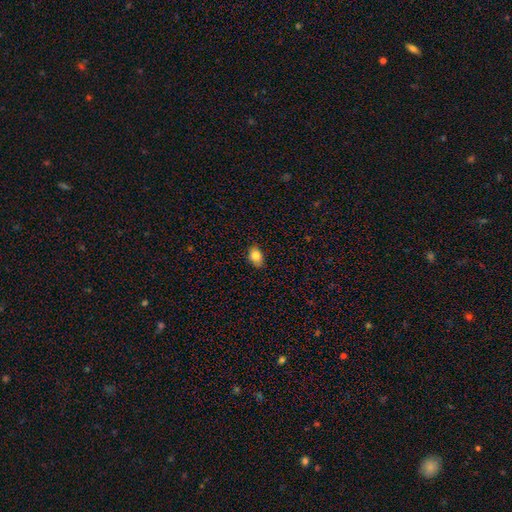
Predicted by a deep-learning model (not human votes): smooth_or_featured: smooth (p=0.83) [alt: star or artifact p=0.09]
how_rounded: in between (p=0.78) [alt: round p=0.20]
merging: none (p=0.79) [alt: minor disturbance p=0.17]